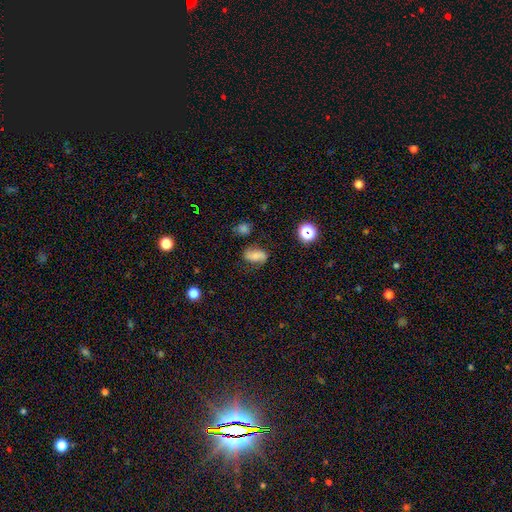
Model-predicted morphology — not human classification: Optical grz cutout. It shows a smooth galaxy with no disk features (64%) that is in between round and cigar-shaped (84%). Merging: none (70%).